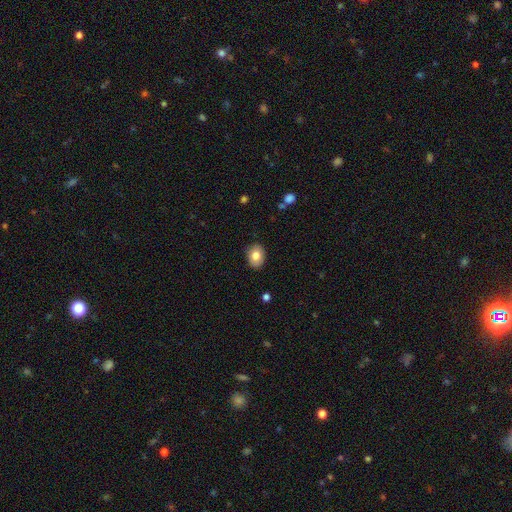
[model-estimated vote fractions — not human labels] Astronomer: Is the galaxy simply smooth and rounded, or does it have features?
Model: smooth — 81%.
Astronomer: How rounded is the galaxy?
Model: in between — 64%.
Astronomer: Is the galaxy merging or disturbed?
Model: none — 88%.